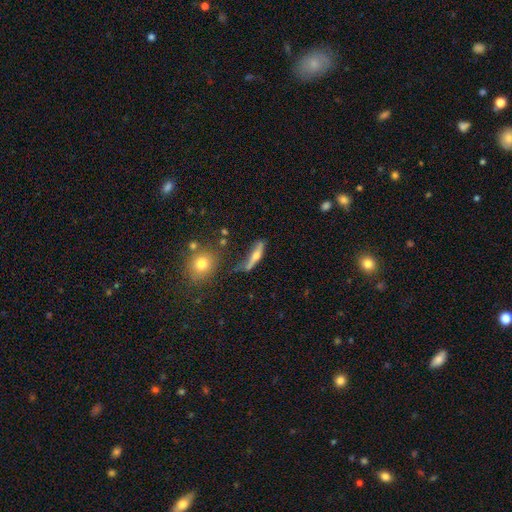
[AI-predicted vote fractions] Smooth or featured? featured or disk (51%)
Edge-on disk? yes (83%)
Merging? none (57%)